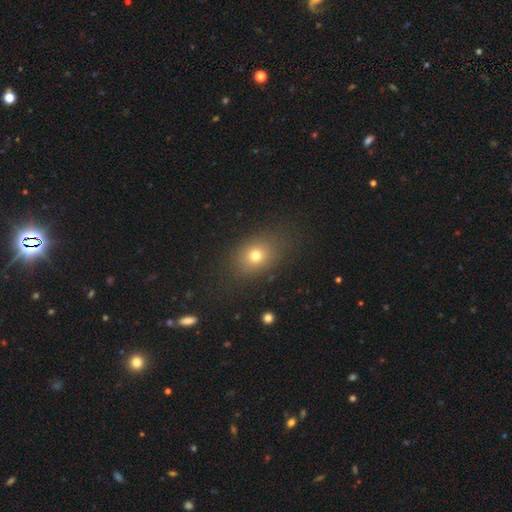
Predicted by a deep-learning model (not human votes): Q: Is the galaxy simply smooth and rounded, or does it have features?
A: smooth — 74%.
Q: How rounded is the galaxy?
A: in between — 56%.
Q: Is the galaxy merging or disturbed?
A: none — 81%.